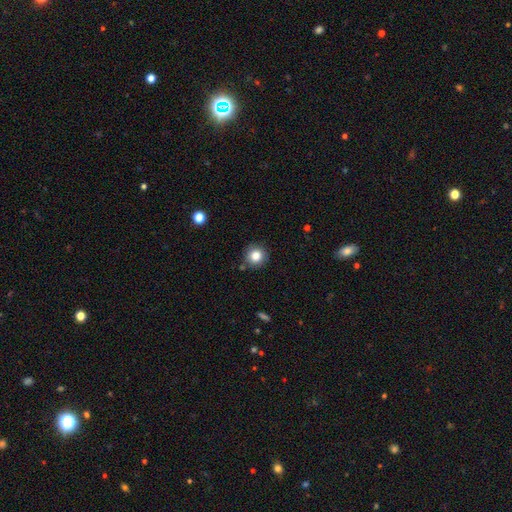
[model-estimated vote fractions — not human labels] Smooth or featured? Predicted: smooth (p=0.83). How rounded? Predicted: round (p=0.92). Merging? Predicted: none (p=0.85).